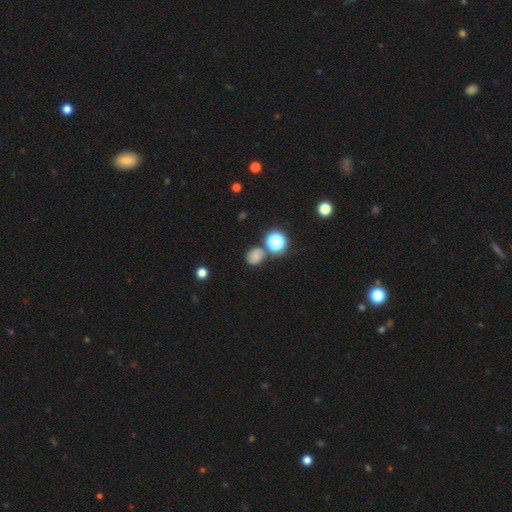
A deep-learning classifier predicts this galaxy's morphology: smooth 59%, star or artifact 21%, featured or disk 20%. Down the decision tree: how rounded — round (66%); merging — none (63%).